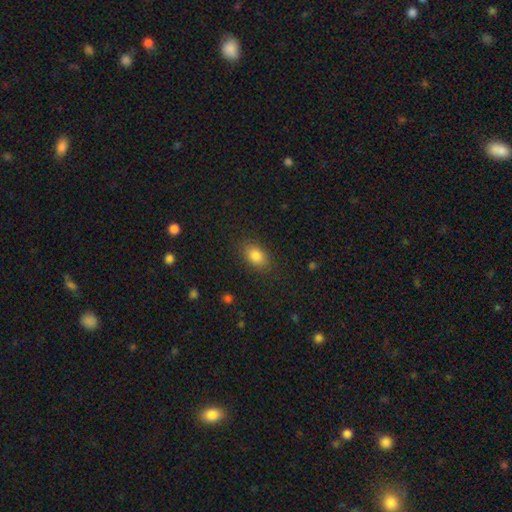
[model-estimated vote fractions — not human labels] Morphology: type=smooth (84%); roundness=in between (84%); merging=none (84%).